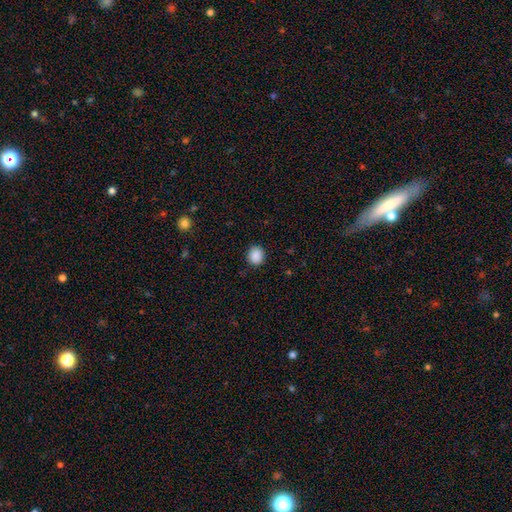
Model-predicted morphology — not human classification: The model was most divided on "how rounded": round: 79%, in between: 20%, cigar-shaped: 1%. More confident: merging — none (89%); smooth or featured — smooth (89%).